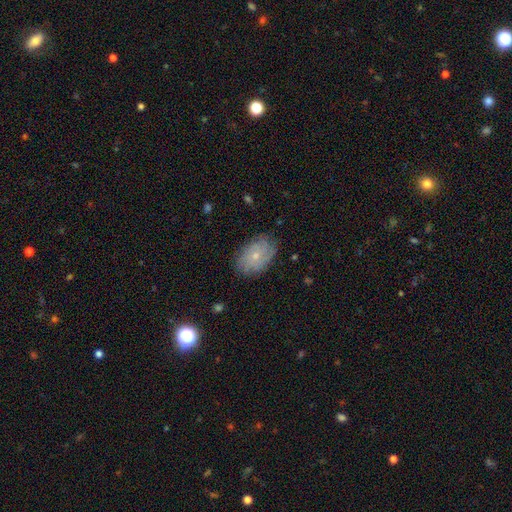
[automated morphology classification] Smooth or featured: featured or disk — 48% (smooth — 42%)
Merging: none — 79% (minor disturbance — 16%)